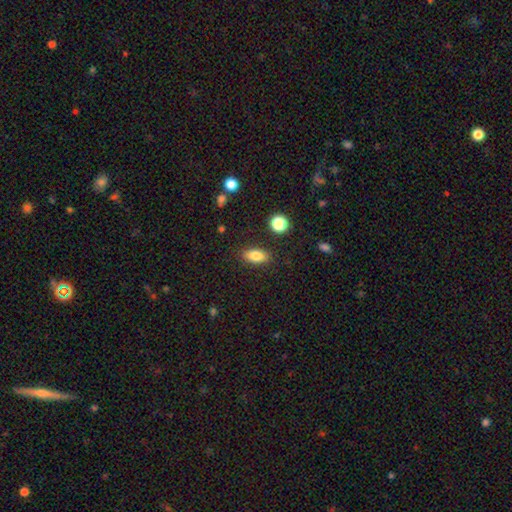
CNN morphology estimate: smooth_or_featured: smooth (p=0.81) [alt: star or artifact p=0.09]
how_rounded: in between (p=0.84) [alt: cigar-shaped p=0.10]
merging: none (p=0.87) [alt: minor disturbance p=0.09]